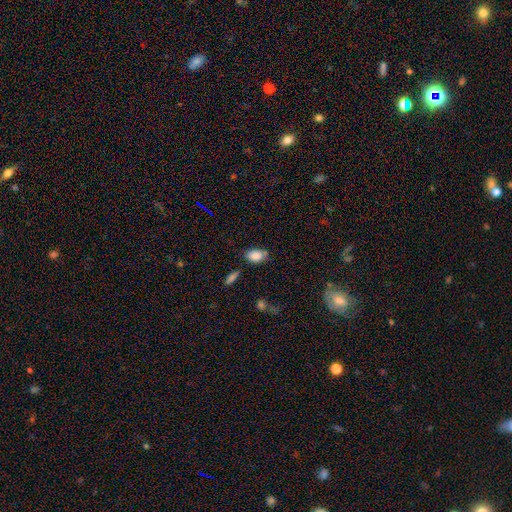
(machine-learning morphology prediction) The model was most divided on "merging": none: 72%, minor disturbance: 18%, merger: 5%, major disturbance: 4%. More confident: how rounded — in between (89%); smooth or featured — smooth (86%).